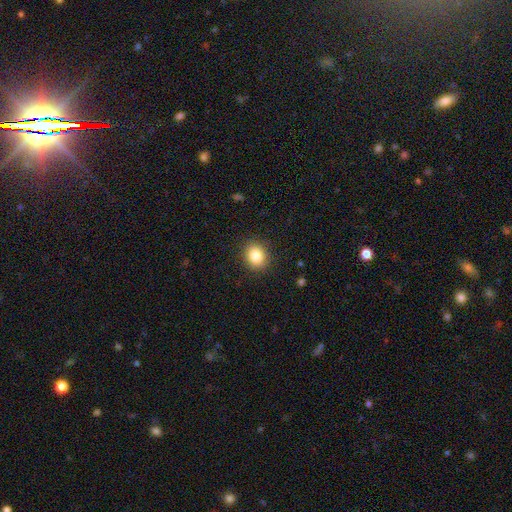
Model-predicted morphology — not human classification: Smooth or featured?
  - smooth: 85% *
  - star or artifact: 10%
  - featured or disk: 6%
How rounded?
  - round: 63% *
  - in between: 37%
  - cigar-shaped: 1%
Merging?
  - none: 89% *
  - minor disturbance: 8%
  - major disturbance: 2%
  - merger: 1%